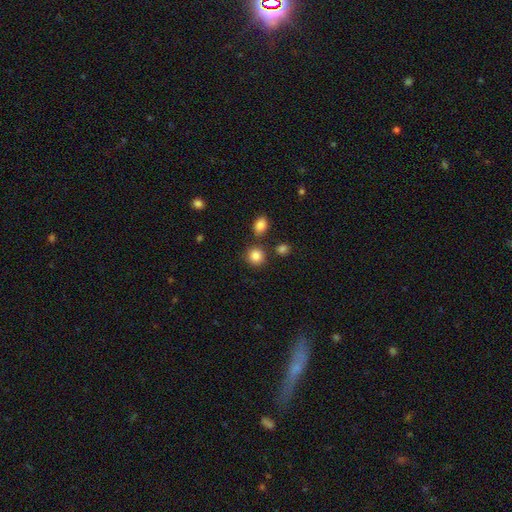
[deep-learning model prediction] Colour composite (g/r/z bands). It shows a smooth galaxy with no disk features (86%) that is round (88%). Merging: none (79%).